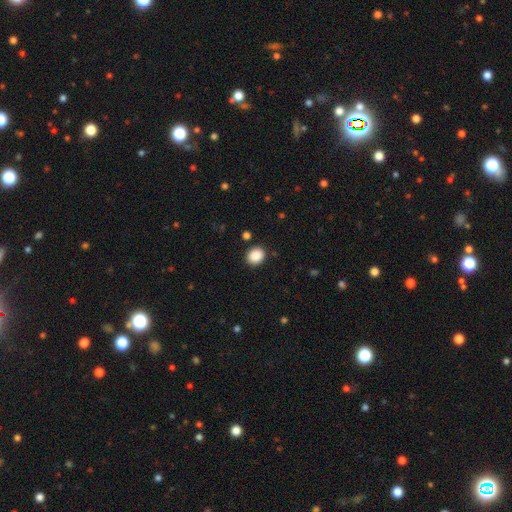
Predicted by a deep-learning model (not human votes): smooth_or_featured: smooth (p=0.88) [alt: star or artifact p=0.09]
how_rounded: round (p=0.69) [alt: in between p=0.31]
merging: none (p=0.89) [alt: minor disturbance p=0.07]